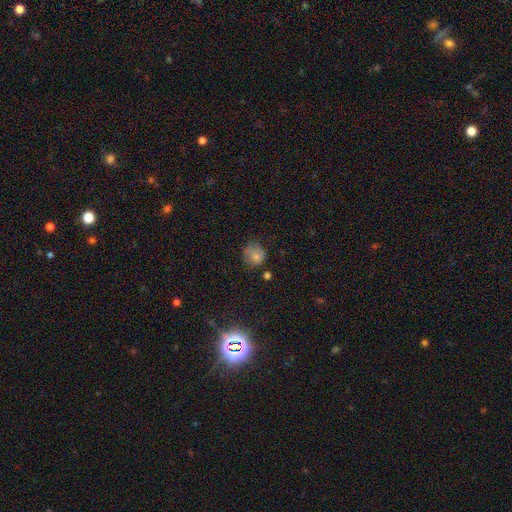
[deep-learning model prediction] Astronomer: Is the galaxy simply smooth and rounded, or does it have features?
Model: smooth — 74%.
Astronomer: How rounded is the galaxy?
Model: round — 79%.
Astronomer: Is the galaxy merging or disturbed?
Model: none — 58%.